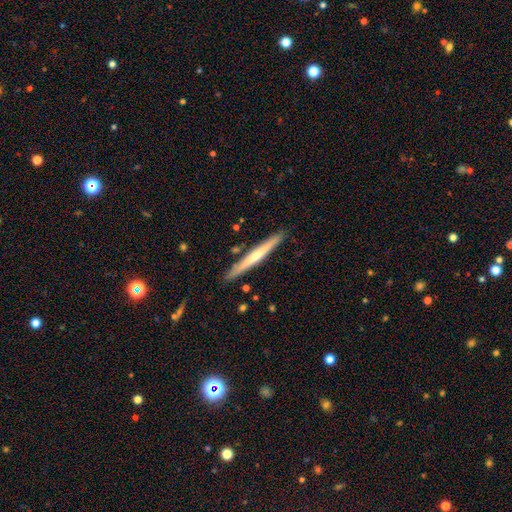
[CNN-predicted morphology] type=featured or disk (56%); edge-on=yes (97%); edge-on bulge=rounded (56%); merging=none (89%).